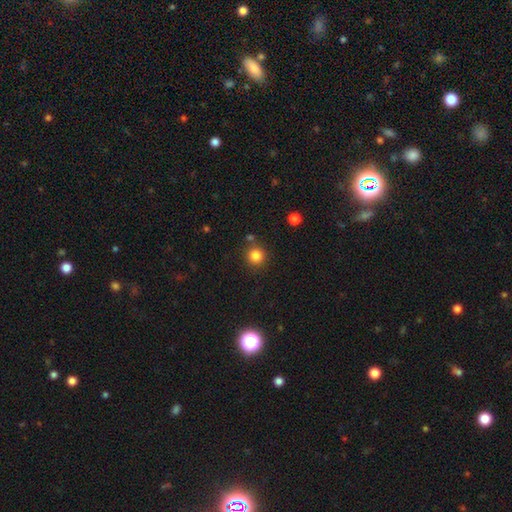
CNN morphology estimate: Overall: smooth (83%). How rounded: round (93%). Merging: none (82%).